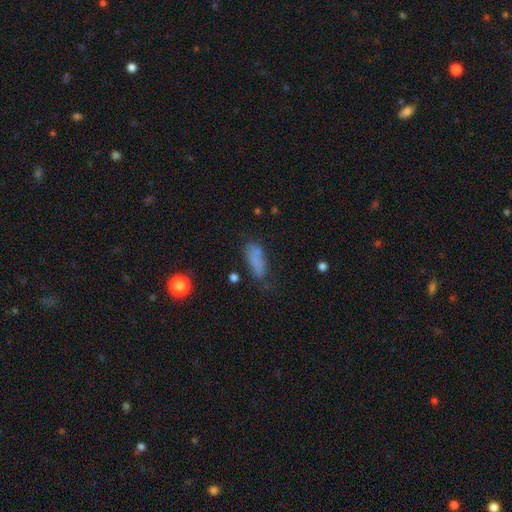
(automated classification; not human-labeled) Smooth or featured?
  - smooth: 74% *
  - featured or disk: 13%
  - star or artifact: 13%
How rounded?
  - in between: 70% *
  - cigar-shaped: 26%
  - round: 4%
Merging?
  - none: 50% *
  - minor disturbance: 27%
  - major disturbance: 16%
  - merger: 7%